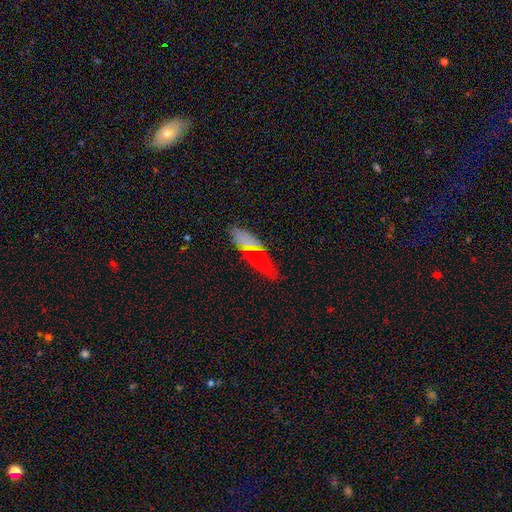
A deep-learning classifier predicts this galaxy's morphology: A smooth galaxy with no disk features (56%) that is cigar-shaped (50%). Merging: none (67%).